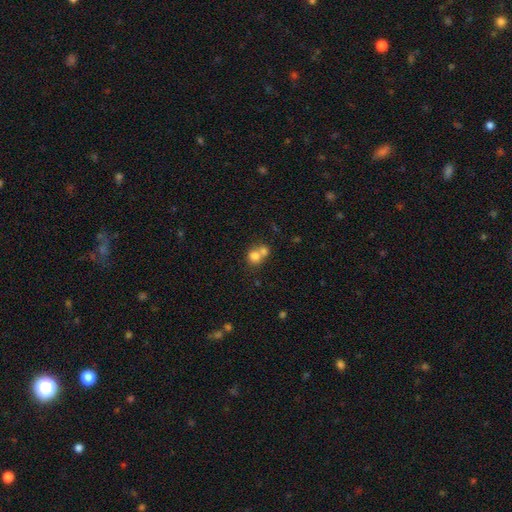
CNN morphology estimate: A smooth galaxy with no disk features (77%) that is round (71%).

Vote fractions:
- Smooth or featured? smooth: 77% / featured or disk: 13% / star or artifact: 10%
- How rounded? round: 71% / in between: 28% / cigar-shaped: 1%
- Merging? merger: 61% / none: 29% / minor disturbance: 6% / major disturbance: 4%